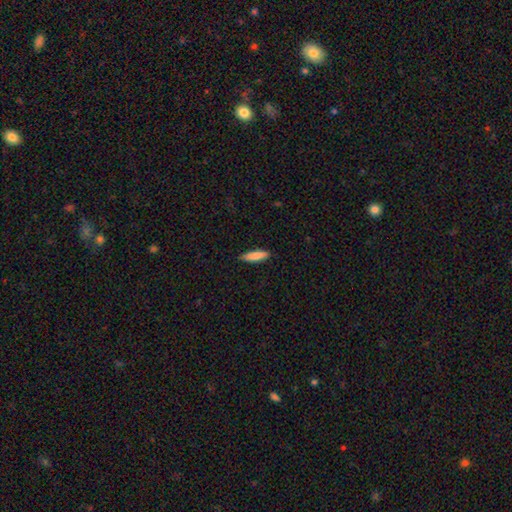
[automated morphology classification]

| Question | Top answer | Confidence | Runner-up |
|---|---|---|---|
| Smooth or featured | smooth | 85% | featured or disk (9%) |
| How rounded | cigar-shaped | 72% | in between (27%) |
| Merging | none | 87% | minor disturbance (10%) |